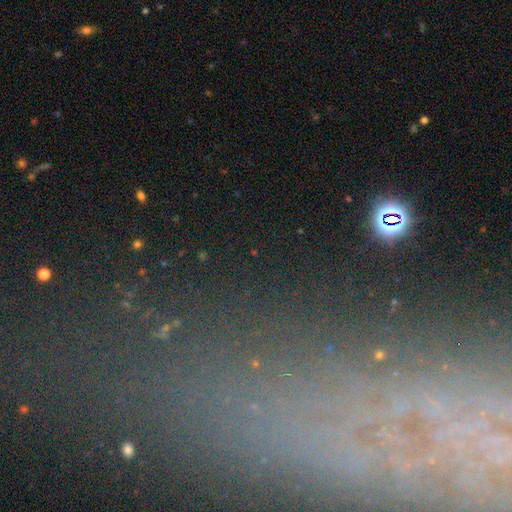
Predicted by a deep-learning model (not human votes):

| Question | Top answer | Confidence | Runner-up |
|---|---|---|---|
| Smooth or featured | star or artifact | 50% | featured or disk (28%) |